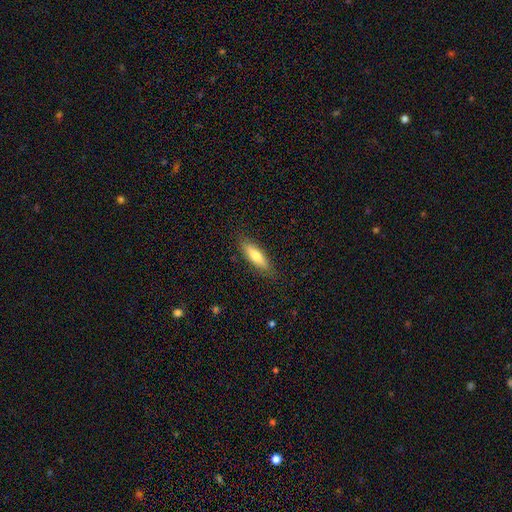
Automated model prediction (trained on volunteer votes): Smooth or featured? smooth (67%)
How rounded? cigar-shaped (59%)
Merging? none (86%)